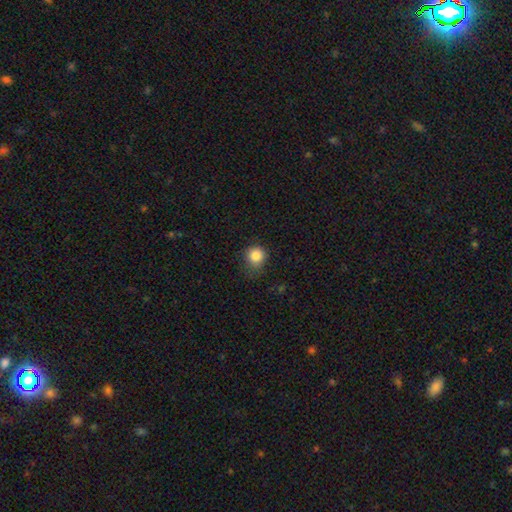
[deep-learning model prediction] A smooth galaxy with no disk features (84%) that is round (84%).

Vote fractions:
- Smooth or featured? smooth: 84% / star or artifact: 11% / featured or disk: 5%
- How rounded? round: 84% / in between: 15% / cigar-shaped: 1%
- Merging? none: 65% / minor disturbance: 26% / major disturbance: 8% / merger: 1%